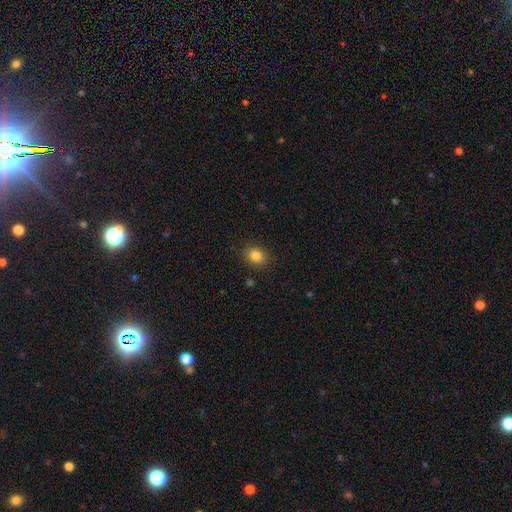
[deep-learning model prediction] Morphology: type=smooth (84%); roundness=round (53%); merging=none (89%).